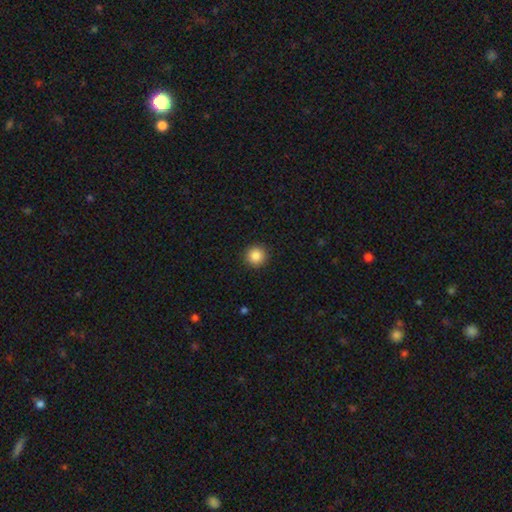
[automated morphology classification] Overall: smooth (87%). How rounded: round (95%). Merging: none (92%).